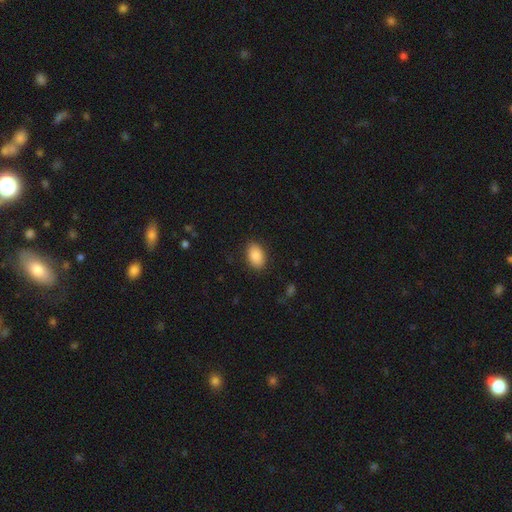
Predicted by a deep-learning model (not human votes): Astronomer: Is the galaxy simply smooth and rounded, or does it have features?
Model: smooth — 87%.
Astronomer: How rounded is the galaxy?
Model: in between — 88%.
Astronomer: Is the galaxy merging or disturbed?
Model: none — 87%.